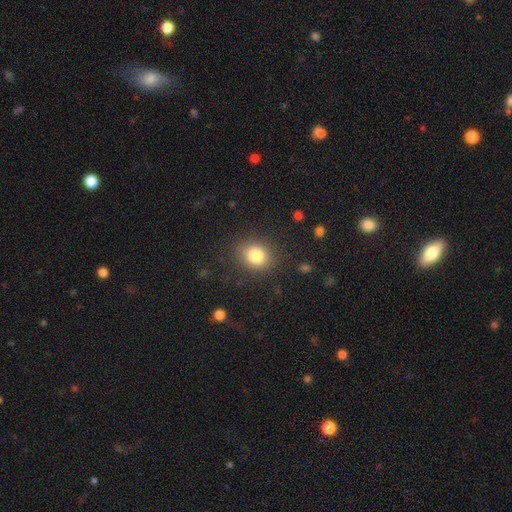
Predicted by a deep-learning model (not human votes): Overall: smooth (82%). How rounded: round (67%; in between 32%). Merging: none (86%).